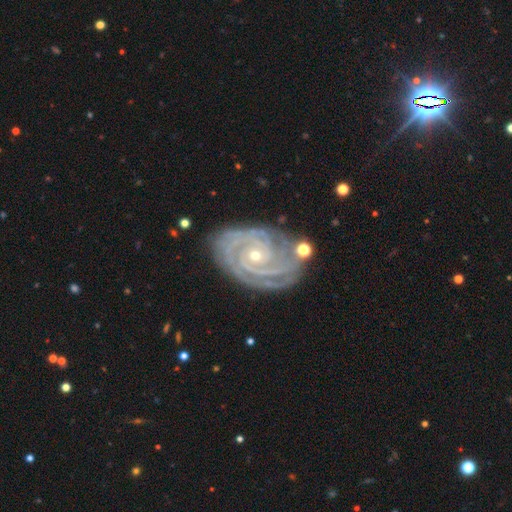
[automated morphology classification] Smooth or featured?
  - featured or disk: 93% *
  - star or artifact: 5%
  - smooth: 3%
Edge-on disk?
  - no: 97% *
  - yes: 3%
Bar?
  - no: 71% *
  - weak: 19%
  - strong: 10%
Spiral arms?
  - yes: 99% *
  - no: 1%
Spiral winding?
  - tight: 84% *
  - medium: 15%
  - loose: 2%
Spiral arm count?
  - 3: 34% *
  - 4: 22%
  - 2: 20%
  - can't tell: 11%
  - more than 4: 8%
  - 1: 6%
Bulge size?
  - small: 69% *
  - moderate: 29%
  - large: 1%
  - none: 1%
  - dominant: 1%
Merging?
  - none: 71% *
  - minor disturbance: 19%
  - major disturbance: 6%
  - merger: 3%